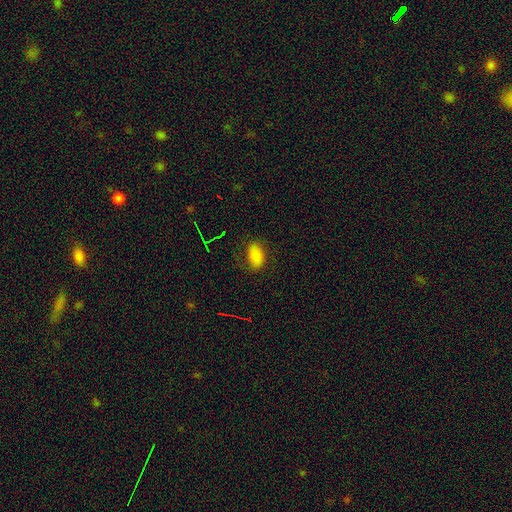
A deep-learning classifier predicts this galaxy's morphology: Smooth or featured? smooth (73%)
How rounded? in between (89%)
Merging? none (76%)